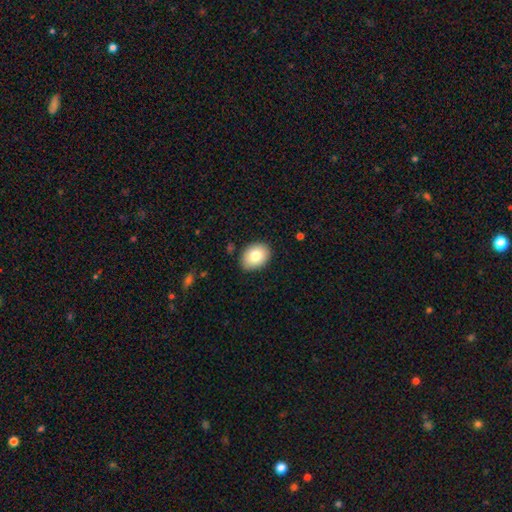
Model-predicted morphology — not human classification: smooth_or_featured: smooth (p=0.81) [alt: featured or disk p=0.11]
how_rounded: in between (p=0.69) [alt: round p=0.30]
merging: none (p=0.85) [alt: minor disturbance p=0.11]